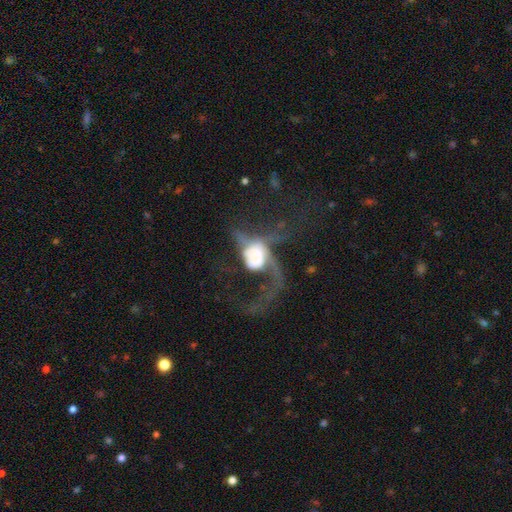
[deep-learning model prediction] The model was most divided on "spiral arms": yes: 52%, no: 48%. Remaining: edge-on disk — no (94%); bar — no (77%); merging — major disturbance (61%); smooth or featured — featured or disk (59%); bulge size — large (34%).